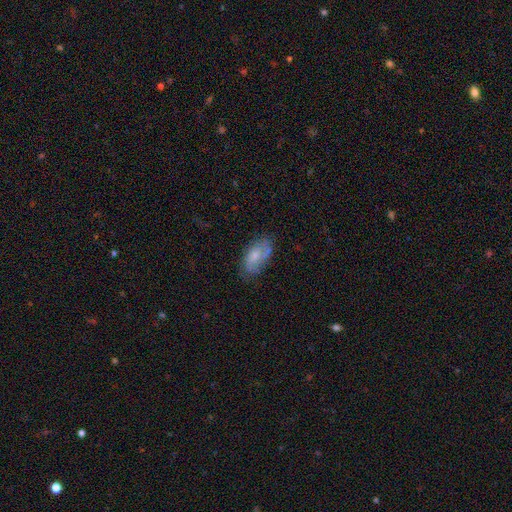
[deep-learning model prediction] This is possibly a smooth galaxy (47%). Merging: likely none (64%).